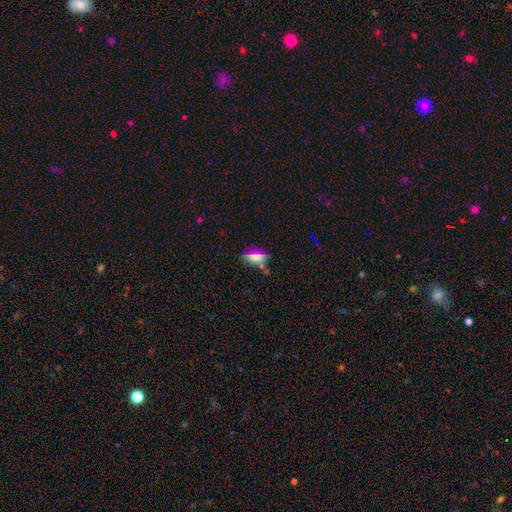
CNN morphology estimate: smooth-or-featured: smooth: 70% | star or artifact: 16% | featured or disk: 14%
  how-rounded: in between: 74% | cigar-shaped: 20% | round: 5%
  merging: none: 71% | minor disturbance: 17% | merger: 7% | major disturbance: 5%